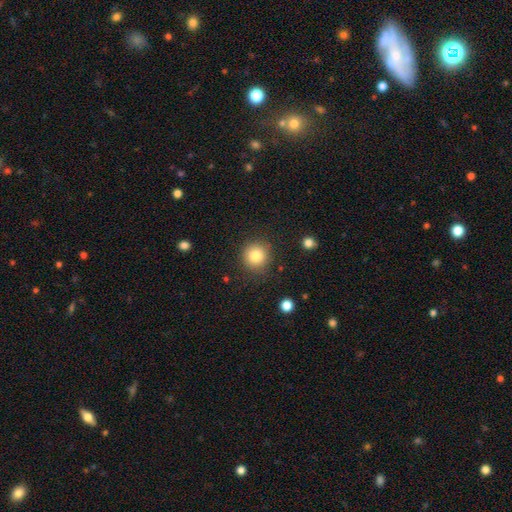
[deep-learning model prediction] Smooth or featured? Predicted: smooth (p=0.83). How rounded? Predicted: round (p=0.92). Merging? Predicted: none (p=0.86).